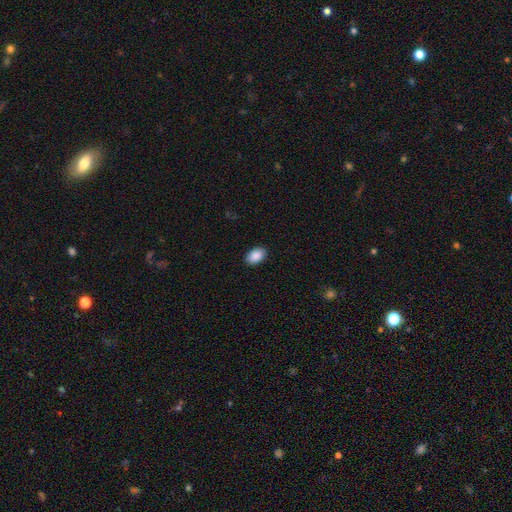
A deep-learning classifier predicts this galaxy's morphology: Overall: smooth (90%). How rounded: in between (88%). Merging: none (90%).